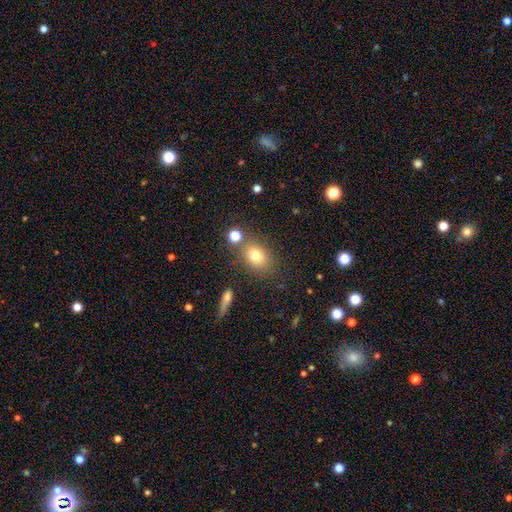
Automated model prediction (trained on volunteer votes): smooth-or-featured: smooth: 76% | star or artifact: 13% | featured or disk: 12%
  how-rounded: in between: 65% | round: 34% | cigar-shaped: 2%
  merging: none: 73% | minor disturbance: 13% | merger: 10% | major disturbance: 5%